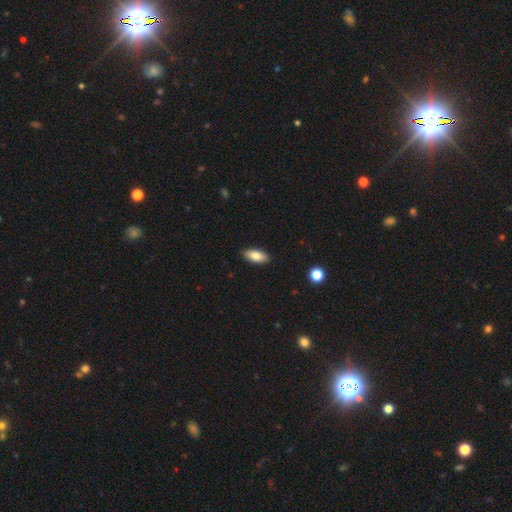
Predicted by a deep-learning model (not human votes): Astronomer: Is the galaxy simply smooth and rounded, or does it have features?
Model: smooth — 82%.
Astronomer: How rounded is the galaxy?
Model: in between — 87%.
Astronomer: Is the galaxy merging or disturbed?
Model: none — 89%.